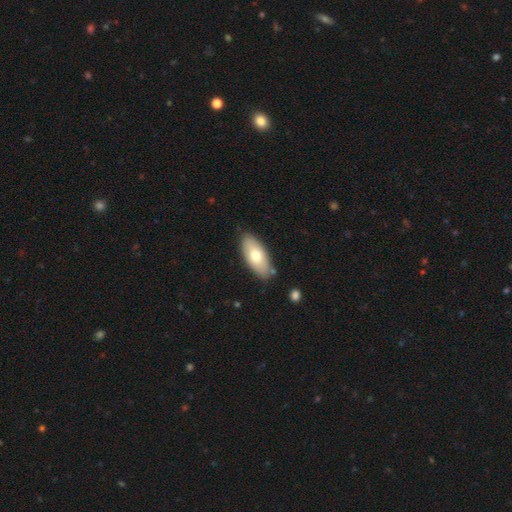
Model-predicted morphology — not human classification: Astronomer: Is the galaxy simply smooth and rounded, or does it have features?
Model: smooth — 68%.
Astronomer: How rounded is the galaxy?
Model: in between — 88%.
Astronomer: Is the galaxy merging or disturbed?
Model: none — 83%.